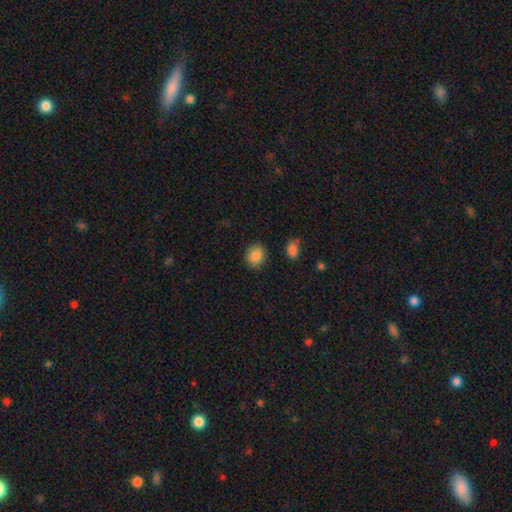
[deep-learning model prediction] The model was most divided on "how rounded": round: 63%, in between: 36%, cigar-shaped: 1%. More confident: smooth or featured — smooth (87%); merging — none (86%).